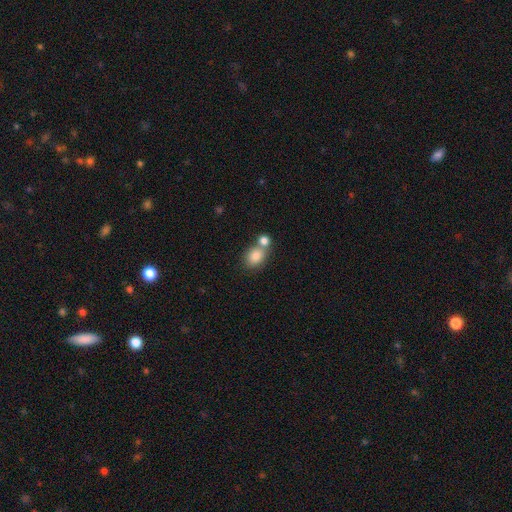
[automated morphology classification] smooth_or_featured: smooth (p=0.83) [alt: star or artifact p=0.09]
how_rounded: round (p=0.51) [alt: in between p=0.48]
merging: none (p=0.46) [alt: merger p=0.41]